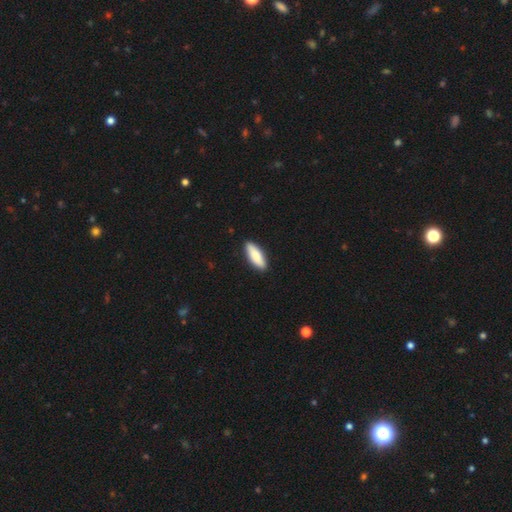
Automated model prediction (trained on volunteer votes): Smooth or featured?
  - smooth: 84% *
  - featured or disk: 11%
  - star or artifact: 5%
How rounded?
  - in between: 59% *
  - cigar-shaped: 39%
  - round: 2%
Merging?
  - none: 90% *
  - minor disturbance: 8%
  - major disturbance: 1%
  - merger: 1%